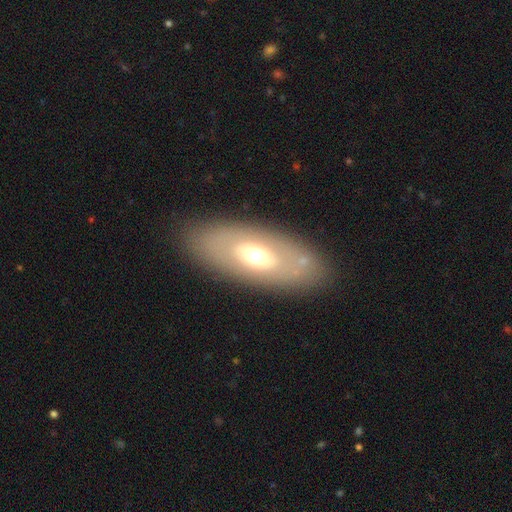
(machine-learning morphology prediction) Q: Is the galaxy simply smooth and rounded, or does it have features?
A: smooth — 51%.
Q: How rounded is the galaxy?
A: in between — 85%.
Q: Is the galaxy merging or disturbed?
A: none — 83%.